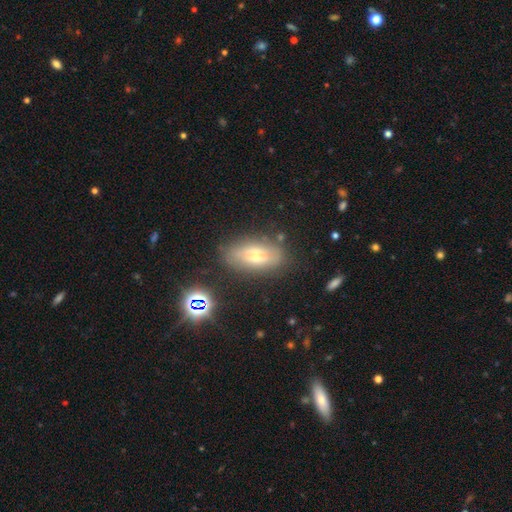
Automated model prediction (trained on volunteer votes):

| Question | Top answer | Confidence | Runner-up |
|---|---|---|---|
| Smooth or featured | smooth | 48% | featured or disk (39%) |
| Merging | none | 72% | minor disturbance (17%) |